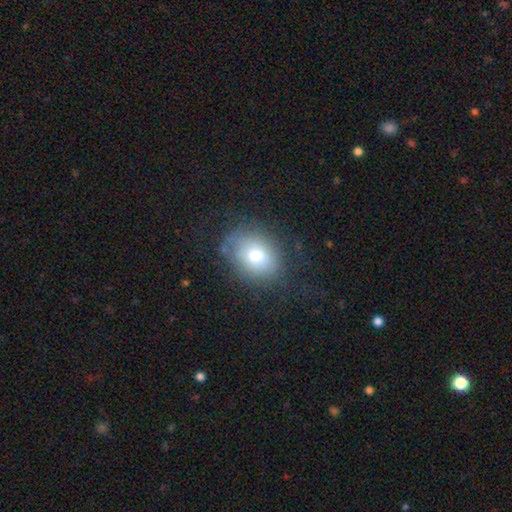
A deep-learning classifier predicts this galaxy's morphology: Smooth or featured? Predicted: smooth (p=0.74). How rounded? Predicted: in between (p=0.64). Merging? Predicted: none (p=0.69).